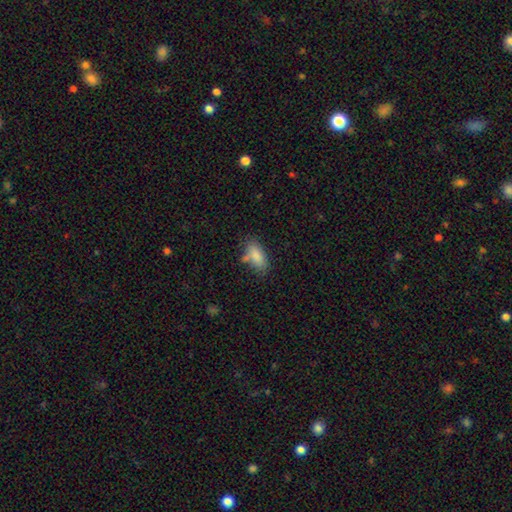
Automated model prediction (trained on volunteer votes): Q: Smooth or featured?
A: smooth (85%); runner-up: star or artifact (8%)
Q: How rounded?
A: in between (87%); runner-up: cigar-shaped (10%)
Q: Merging?
A: none (64%); runner-up: minor disturbance (20%)